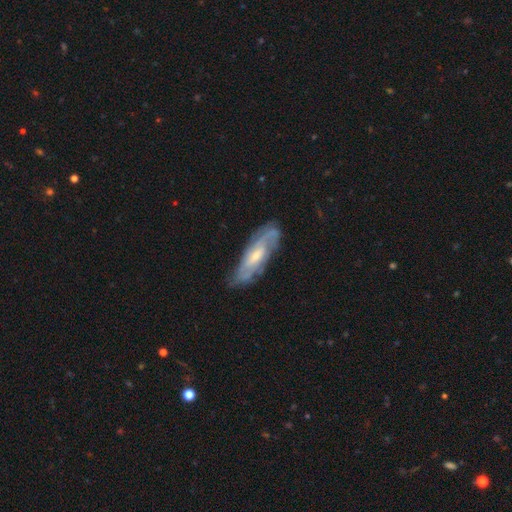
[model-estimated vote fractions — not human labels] Overall: featured or disk (77%). Edge-on disk: no (82%). Bar: no (48%; weak 41%). Spiral arms: yes (91%). Spiral arm count: can't tell (38%; 2 36%). Spiral winding: tight (48%; medium 38%). Bulge size: small (52%; moderate 41%). Merging: none (74%).